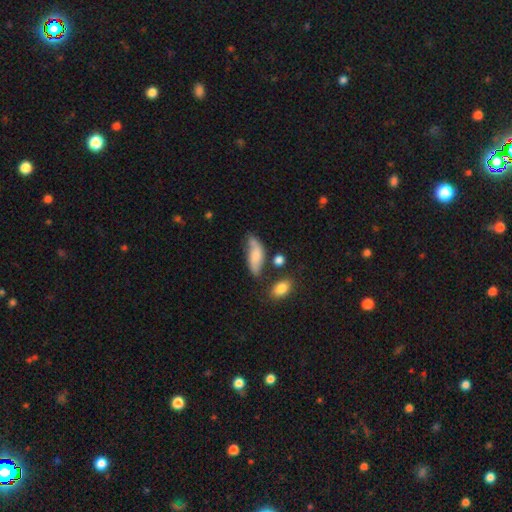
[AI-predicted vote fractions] smooth 55%, featured or disk 37%, star or artifact 8%. Down the decision tree: how rounded — in between (75%); merging — none (50%).